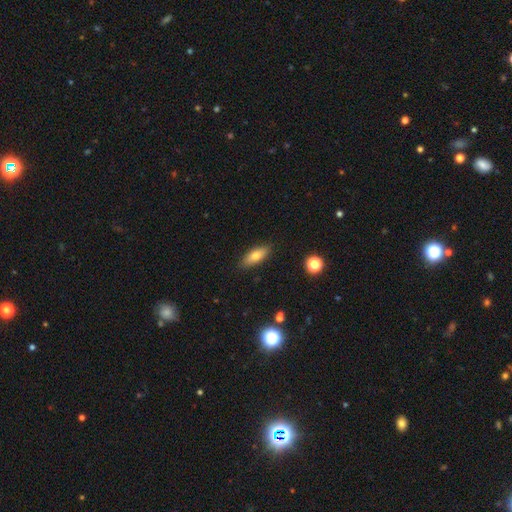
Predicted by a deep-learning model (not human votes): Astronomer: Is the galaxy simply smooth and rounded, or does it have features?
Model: smooth — 74%.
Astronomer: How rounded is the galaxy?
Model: in between — 72%.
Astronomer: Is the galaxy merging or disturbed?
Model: none — 87%.